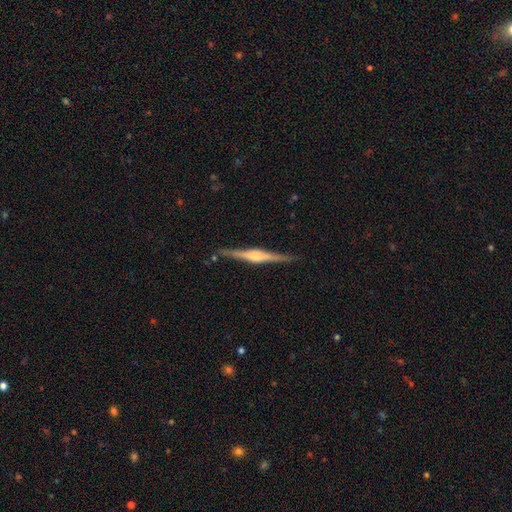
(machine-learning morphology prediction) Smooth or featured? Predicted: featured or disk (p=0.79). Edge-on disk? Predicted: yes (p=0.98). Edge-on bulge? Predicted: rounded (p=0.77). Merging? Predicted: none (p=0.89).